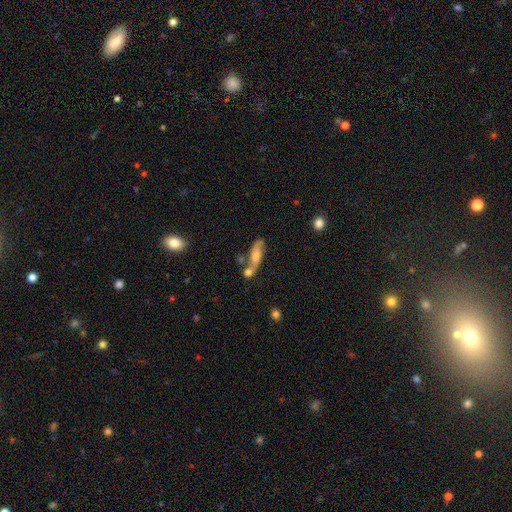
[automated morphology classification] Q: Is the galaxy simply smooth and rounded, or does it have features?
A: featured or disk — 52%.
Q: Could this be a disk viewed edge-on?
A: no — 79%.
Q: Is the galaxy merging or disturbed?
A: none — 41%.